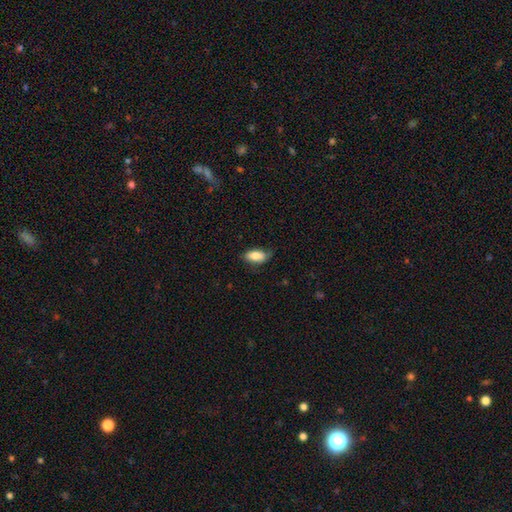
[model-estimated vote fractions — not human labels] This is clearly a smooth galaxy (83%). How rounded: clearly in between (91%). Merging: likely none (69%).